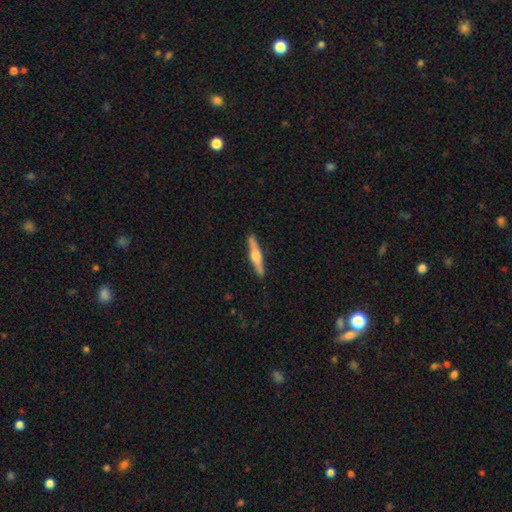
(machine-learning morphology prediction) A featured or disk galaxy (66%) viewed edge-on (98%) with a rounded central bulge (91%). Merging: none (91%).